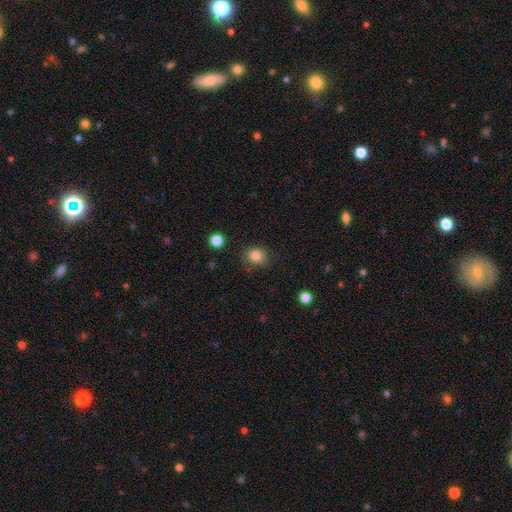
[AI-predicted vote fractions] A smooth galaxy with no disk features (84%) that is round (66%).

Vote fractions:
- Smooth or featured? smooth: 84% / star or artifact: 11% / featured or disk: 6%
- How rounded? round: 66% / in between: 33% / cigar-shaped: 1%
- Merging? none: 77% / minor disturbance: 16% / major disturbance: 5% / merger: 2%